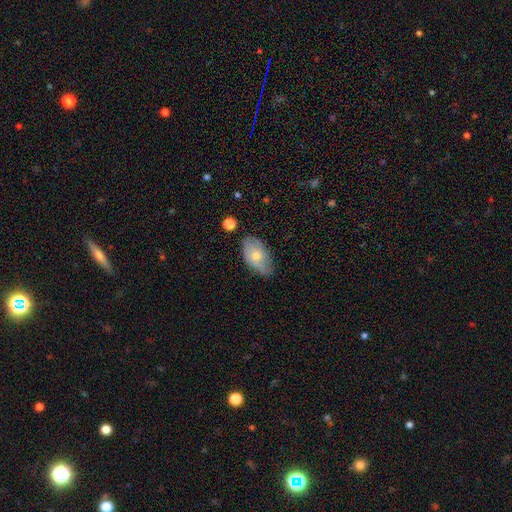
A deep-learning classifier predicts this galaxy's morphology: A smooth galaxy with no disk features (55%) that is in between round and cigar-shaped (91%).

Vote fractions:
- Smooth or featured? smooth: 55% / featured or disk: 37% / star or artifact: 8%
- How rounded? in between: 91% / round: 6% / cigar-shaped: 3%
- Merging? none: 71% / minor disturbance: 23% / major disturbance: 4% / merger: 2%